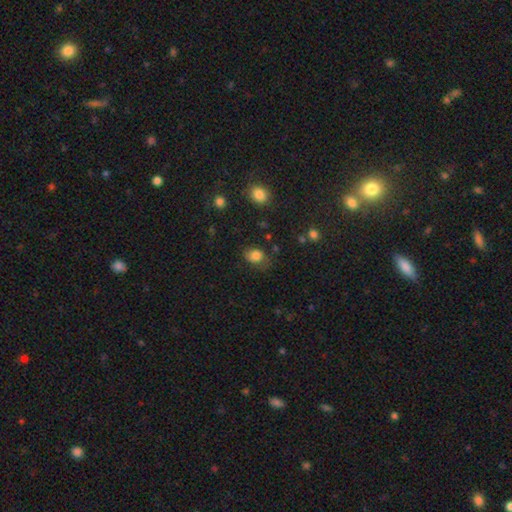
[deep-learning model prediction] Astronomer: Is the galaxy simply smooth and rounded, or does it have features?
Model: smooth — 81%.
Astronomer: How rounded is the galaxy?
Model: in between — 54% (runner-up: round, 45%).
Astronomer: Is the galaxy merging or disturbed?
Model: none — 59%.